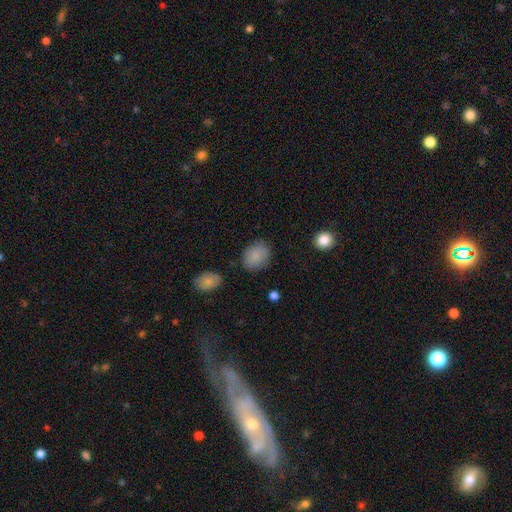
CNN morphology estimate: smooth-or-featured: smooth: 86% | star or artifact: 8% | featured or disk: 6%
  how-rounded: round: 53% | in between: 46% | cigar-shaped: 1%
  merging: none: 80% | minor disturbance: 14% | major disturbance: 4% | merger: 2%